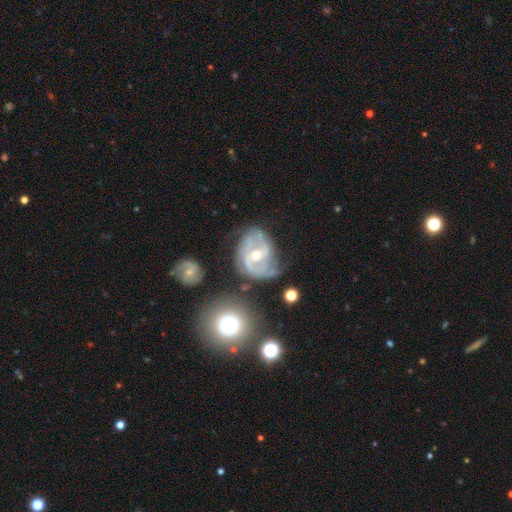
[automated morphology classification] This appears to be a featured or disk galaxy (83%) with a weak bar (43%), 2 (53%) medium (46%) spiral arms (90%) and a moderate central bulge (61%). Merging: none (48%).